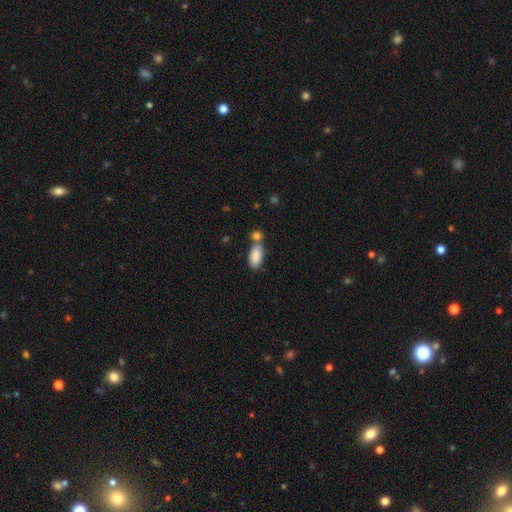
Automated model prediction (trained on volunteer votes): Smooth or featured? smooth (87%)
How rounded? in between (91%)
Merging? none (54%)